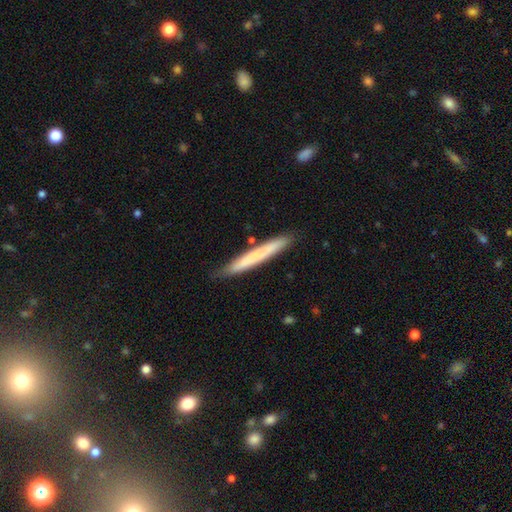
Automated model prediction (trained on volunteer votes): Morphology: type=smooth (65%); roundness=cigar-shaped (96%); merging=none (83%).